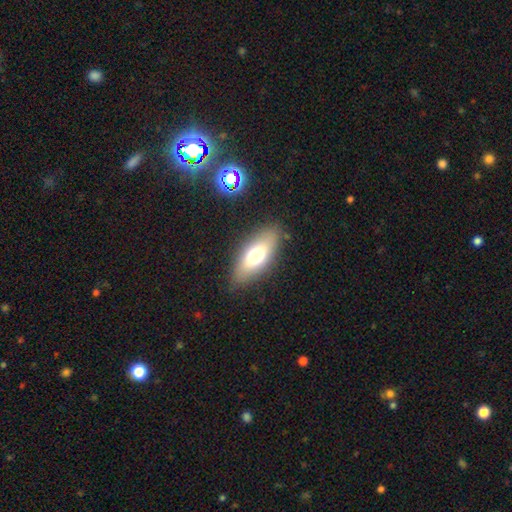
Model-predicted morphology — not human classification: This is likely a smooth galaxy (65%). How rounded: likely in between (74%). Merging: clearly none (84%).